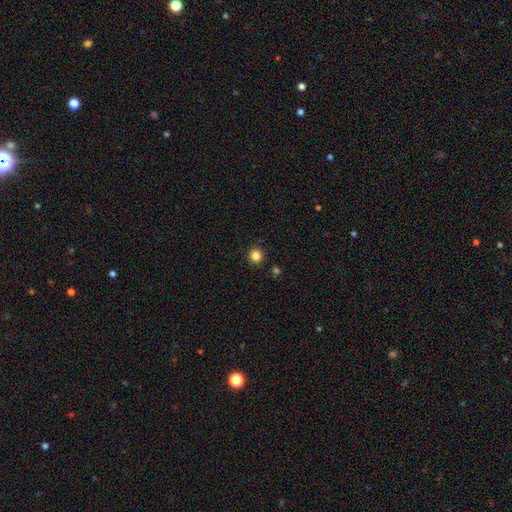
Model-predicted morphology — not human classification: Smooth or featured? Predicted: smooth (p=0.84). How rounded? Predicted: round (p=0.94). Merging? Predicted: none (p=0.91).